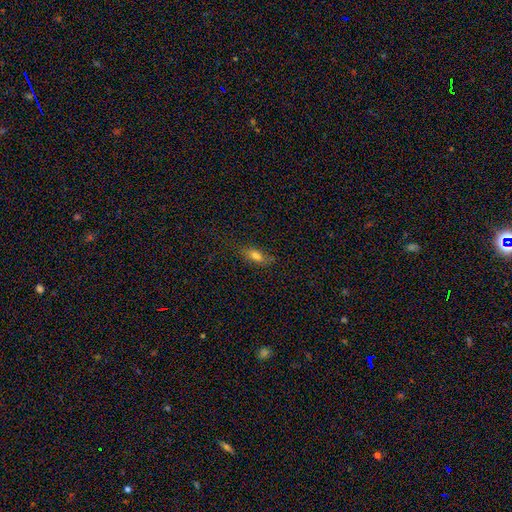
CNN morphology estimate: Q: Smooth or featured?
A: smooth (68%); runner-up: featured or disk (18%)
Q: How rounded?
A: in between (72%); runner-up: cigar-shaped (21%)
Q: Merging?
A: none (69%); runner-up: minor disturbance (21%)